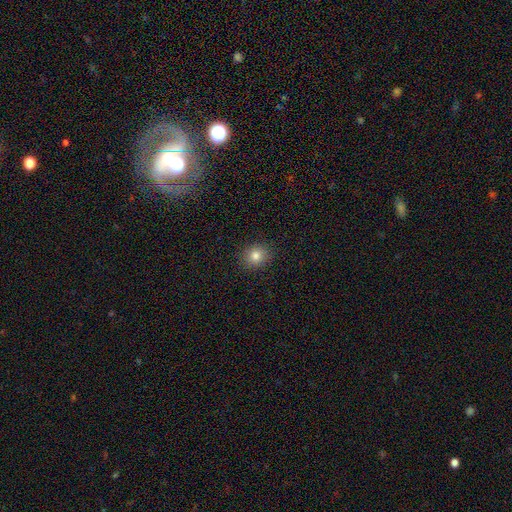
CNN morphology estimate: A smooth galaxy with no disk features (82%) that is round (72%). Merging: none (90%).